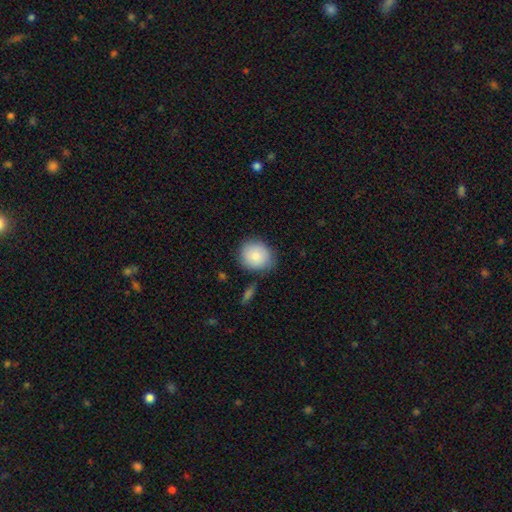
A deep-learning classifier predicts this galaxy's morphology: smooth 85%, featured or disk 8%, star or artifact 7%. Down the decision tree: how rounded — round (78%); merging — none (77%).